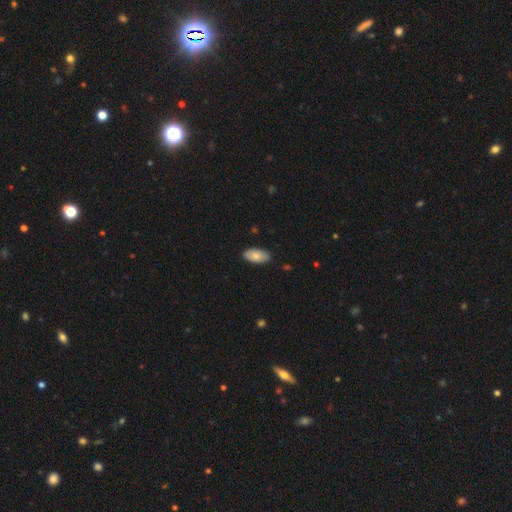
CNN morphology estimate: smooth-or-featured: smooth: 79% | featured or disk: 15% | star or artifact: 6%
  how-rounded: in between: 94% | cigar-shaped: 3% | round: 2%
  merging: none: 87% | minor disturbance: 10% | major disturbance: 2% | merger: 1%